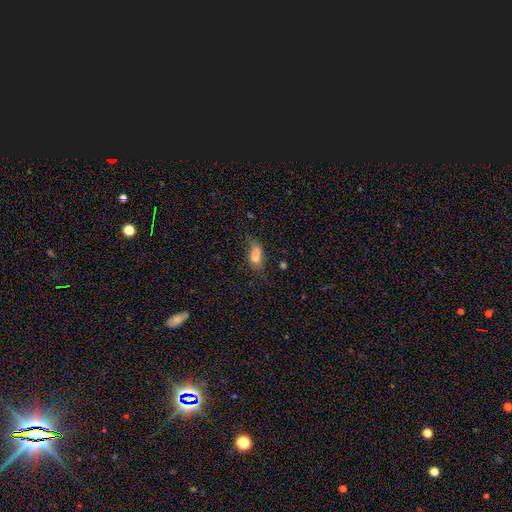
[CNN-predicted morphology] Smooth or featured: smooth — 73% (featured or disk — 15%)
How rounded: in between — 83% (cigar-shaped — 10%)
Merging: none — 43% (minor disturbance — 29%)